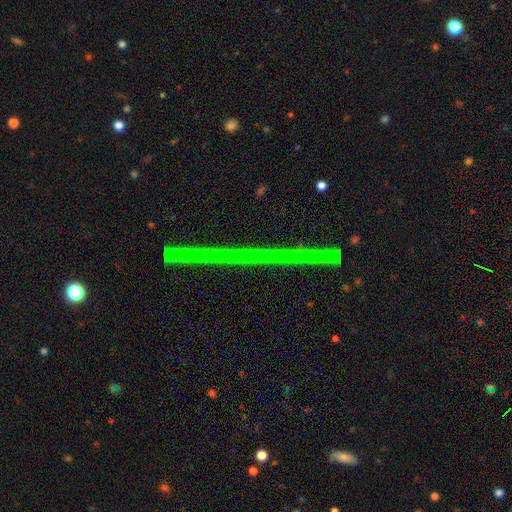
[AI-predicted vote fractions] Smooth or featured? Predicted: featured or disk (p=0.44). Merging? Predicted: none (p=0.91).